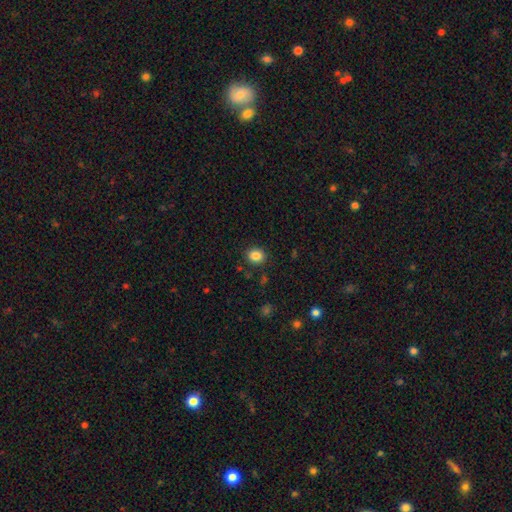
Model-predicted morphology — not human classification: The model was most divided on "how rounded": round: 73%, in between: 26%, cigar-shaped: 1%. More confident: merging — none (88%); smooth or featured — smooth (85%).